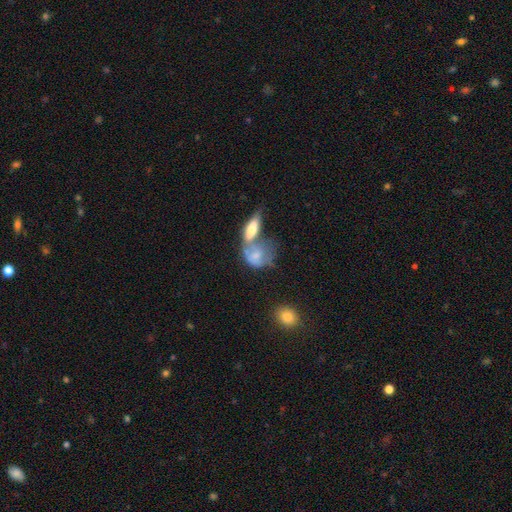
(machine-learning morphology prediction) Overall: smooth (62%; featured or disk 29%). How rounded: in between (61%; round 34%). Merging: merger (55%; none 20%).